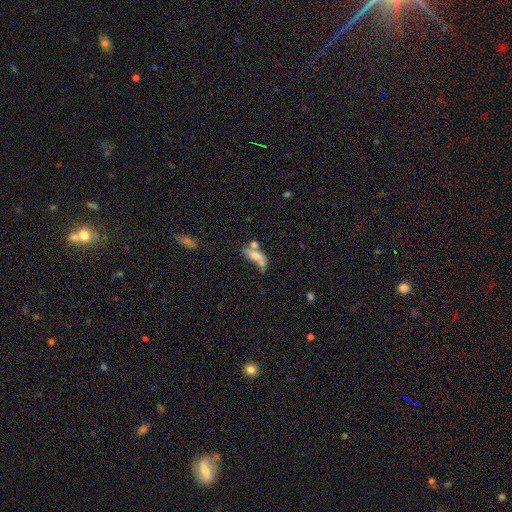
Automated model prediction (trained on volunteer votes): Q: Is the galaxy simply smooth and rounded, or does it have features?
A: smooth — 51%.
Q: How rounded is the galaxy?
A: in between — 76%.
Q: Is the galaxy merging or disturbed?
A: merger — 43%.